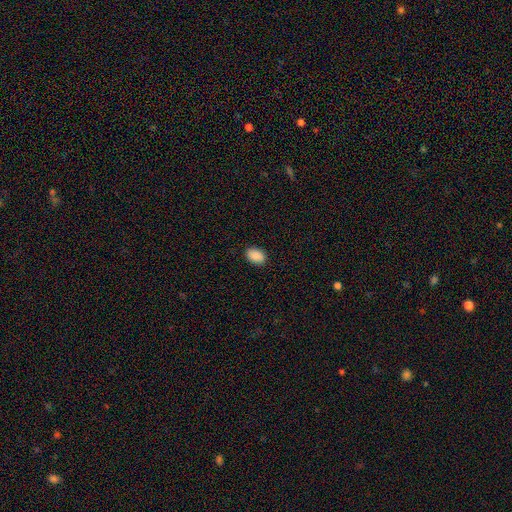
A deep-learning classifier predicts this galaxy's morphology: Q: Smooth or featured?
A: smooth (90%); runner-up: star or artifact (7%)
Q: How rounded?
A: in between (87%); runner-up: round (12%)
Q: Merging?
A: none (90%); runner-up: minor disturbance (8%)